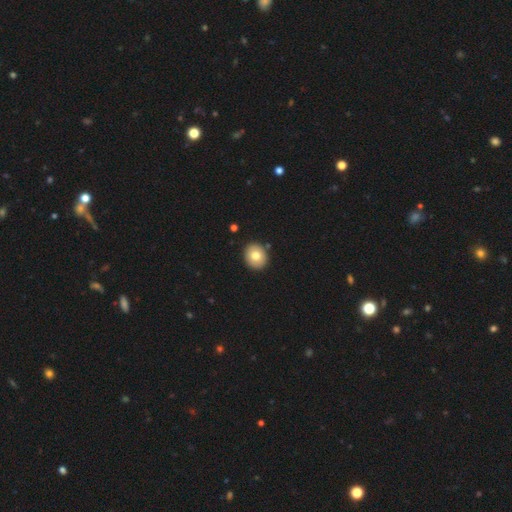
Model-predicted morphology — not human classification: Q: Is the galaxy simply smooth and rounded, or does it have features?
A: smooth — 77%.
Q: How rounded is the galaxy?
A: round — 66%.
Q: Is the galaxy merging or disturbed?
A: none — 89%.